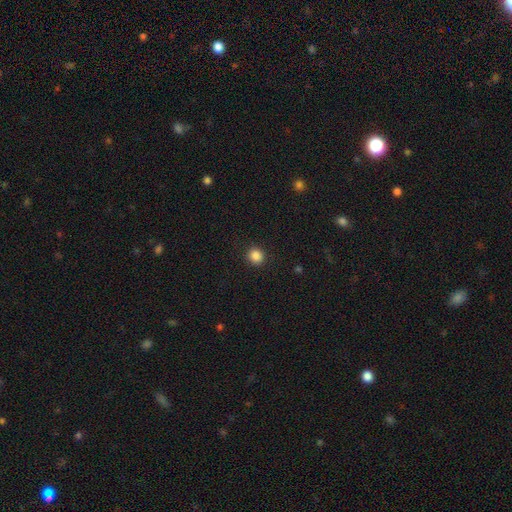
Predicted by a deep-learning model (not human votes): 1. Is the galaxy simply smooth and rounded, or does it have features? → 86% smooth, 11% star or artifact, 3% featured or disk.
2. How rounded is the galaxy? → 87% round, 12% in between, 1% cigar-shaped.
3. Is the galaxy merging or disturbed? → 91% none, 6% minor disturbance, 2% major disturbance, 1% merger.